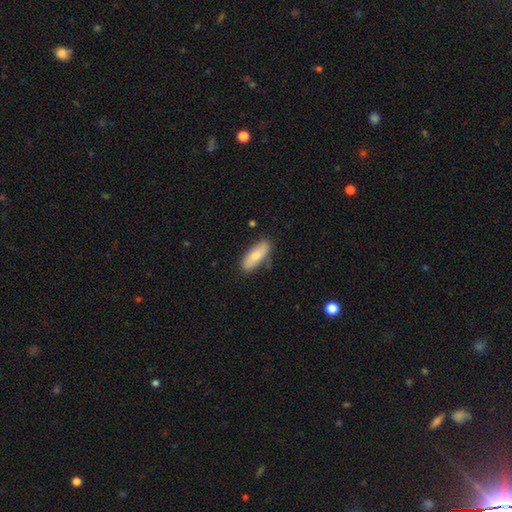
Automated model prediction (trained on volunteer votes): Smooth or featured? smooth (73%)
How rounded? in between (66%)
Merging? none (79%)